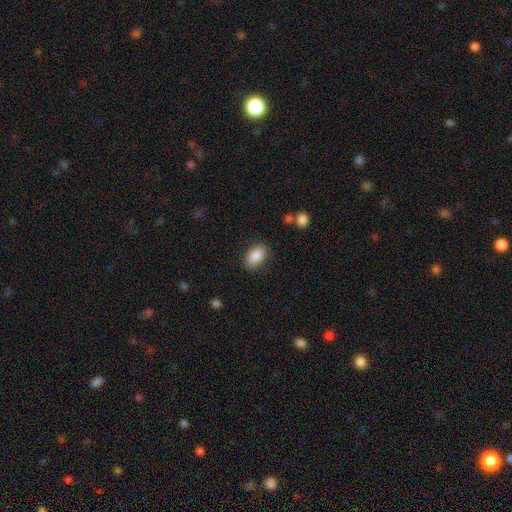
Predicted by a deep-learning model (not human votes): smooth 86%, star or artifact 7%, featured or disk 7%. Down the decision tree: how rounded — in between (91%); merging — none (84%).